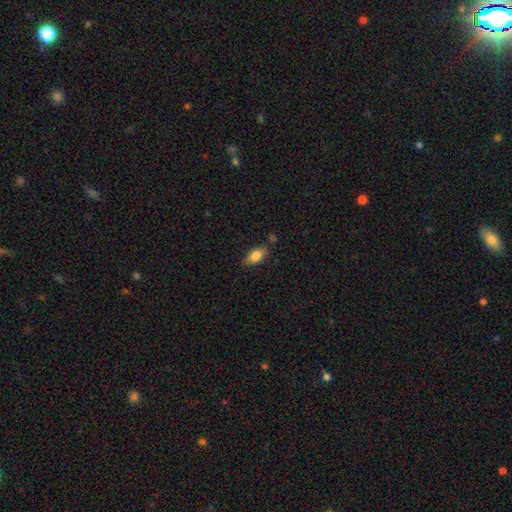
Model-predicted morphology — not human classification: Q: Smooth or featured?
A: smooth (81%); runner-up: featured or disk (12%)
Q: How rounded?
A: in between (86%); runner-up: cigar-shaped (10%)
Q: Merging?
A: none (76%); runner-up: minor disturbance (16%)